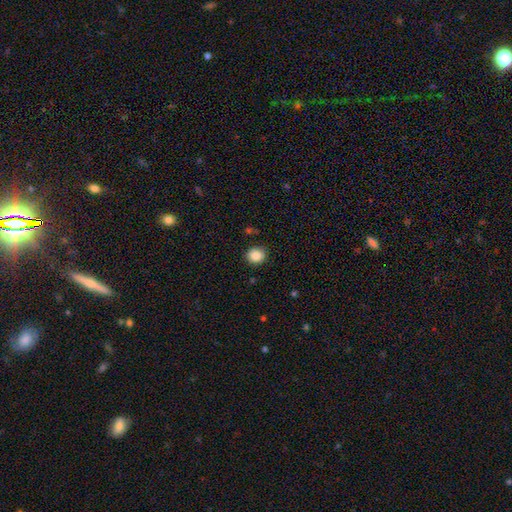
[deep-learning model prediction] Morphology: type=smooth (87%); roundness=round (79%); merging=none (87%).